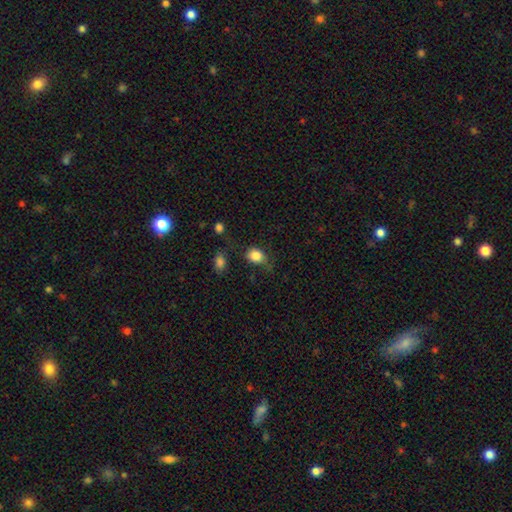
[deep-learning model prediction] smooth 84%, star or artifact 10%, featured or disk 7%. Down the decision tree: how rounded — round (51%); merging — none (55%).